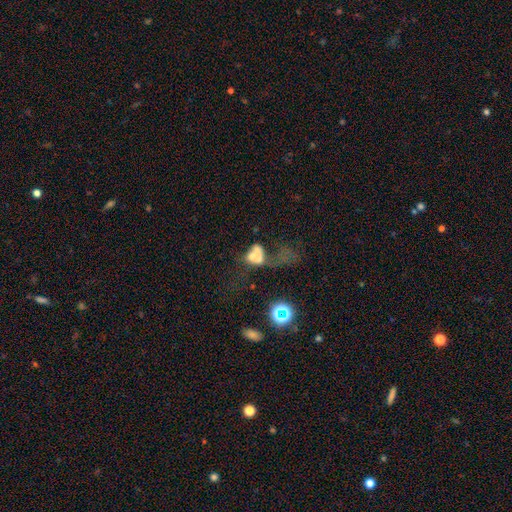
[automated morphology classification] This is possibly a smooth galaxy (50%). Merging: possibly merger (47%).